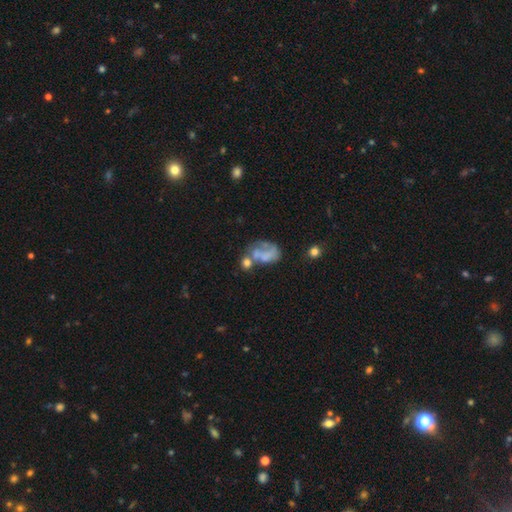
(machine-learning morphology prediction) A featured or disk galaxy (46%).

Vote fractions:
- Smooth or featured? featured or disk: 46% / smooth: 36% / star or artifact: 18%
- Merging? merger: 32% / major disturbance: 26% / none: 25% / minor disturbance: 17%